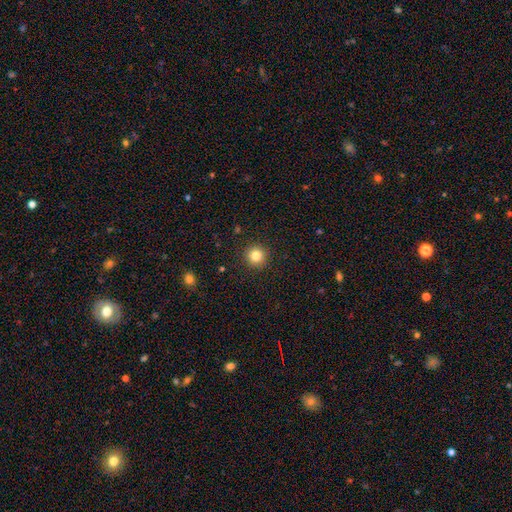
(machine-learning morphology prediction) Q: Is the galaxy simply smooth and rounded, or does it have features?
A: smooth — 82%.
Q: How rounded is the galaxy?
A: round — 95%.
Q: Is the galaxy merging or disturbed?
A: none — 92%.